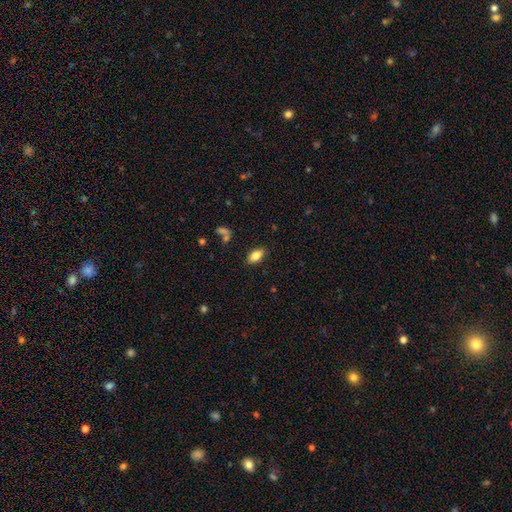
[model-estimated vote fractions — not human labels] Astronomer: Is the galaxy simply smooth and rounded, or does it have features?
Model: smooth — 82%.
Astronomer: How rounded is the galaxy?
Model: in between — 90%.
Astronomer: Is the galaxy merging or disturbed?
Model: none — 85%.